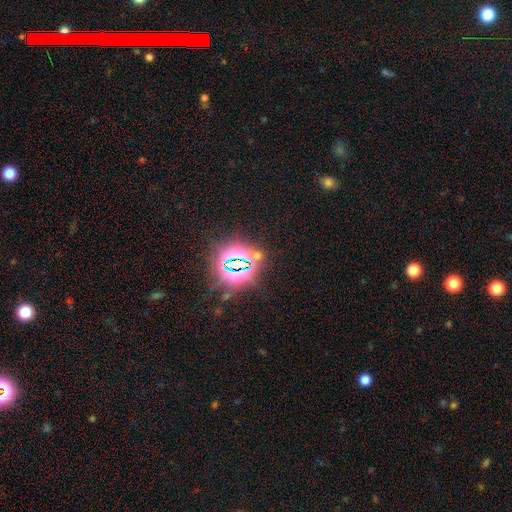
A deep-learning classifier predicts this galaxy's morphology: The model was most divided on "smooth or featured": star or artifact: 77%, smooth: 15%, featured or disk: 8%.